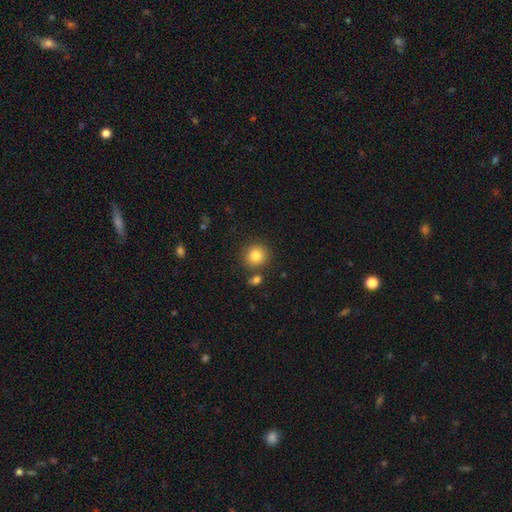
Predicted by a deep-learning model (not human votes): smooth-or-featured: smooth: 83% | star or artifact: 10% | featured or disk: 7%
  how-rounded: round: 89% | in between: 10% | cigar-shaped: 1%
  merging: none: 80% | merger: 9% | minor disturbance: 8% | major disturbance: 3%